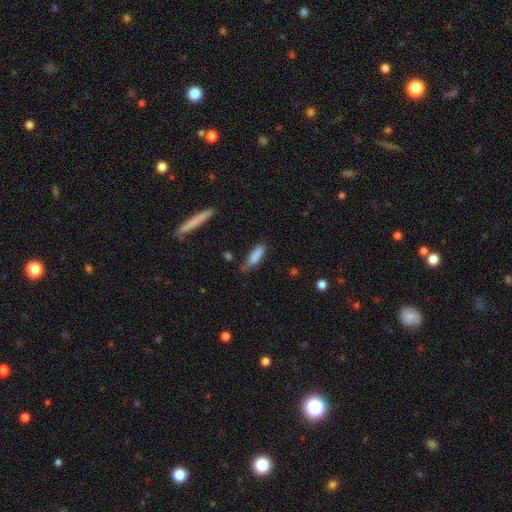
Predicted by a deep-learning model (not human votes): A smooth galaxy with no disk features (82%) that is cigar-shaped (62%). Merging: none (55%).